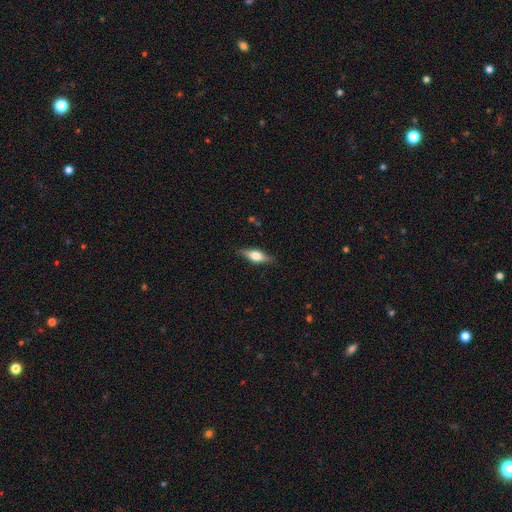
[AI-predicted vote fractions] Overall: featured or disk (49%; smooth 44%). Merging: none (83%).